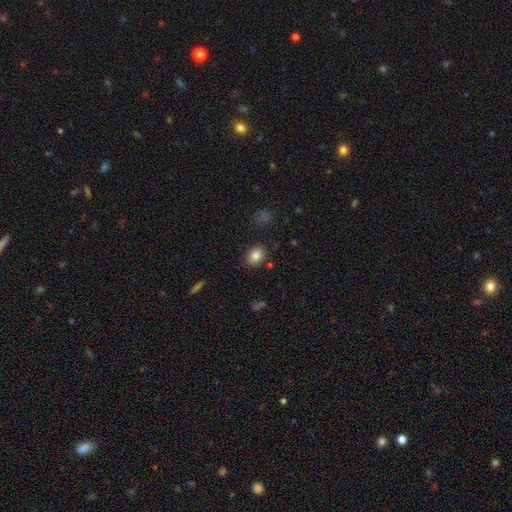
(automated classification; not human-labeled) Smooth or featured? smooth (84%)
How rounded? in between (56%)
Merging? none (83%)